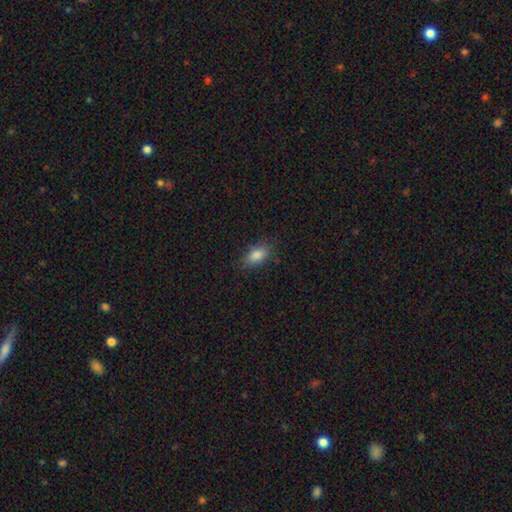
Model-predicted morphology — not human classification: This appears to be a smooth galaxy with no disk features (84%) that is in between round and cigar-shaped (88%). Merging: none (79%).